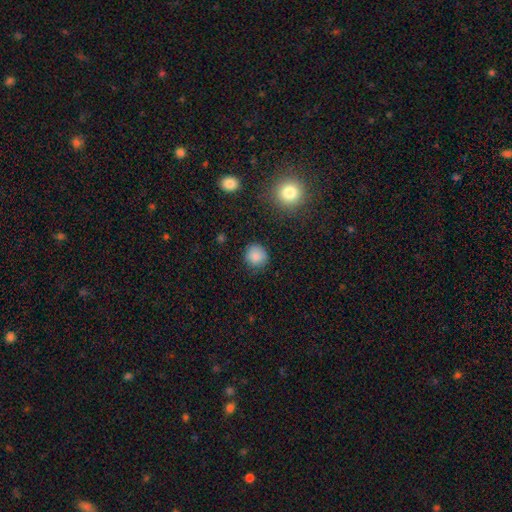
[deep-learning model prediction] Morphology: type=smooth (86%); roundness=round (91%); merging=none (86%).